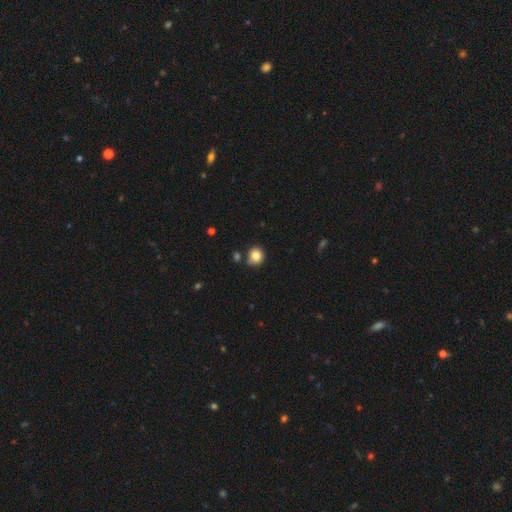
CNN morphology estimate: This appears to be a smooth galaxy with no disk features (83%) that is round (86%). Merging: none (78%).